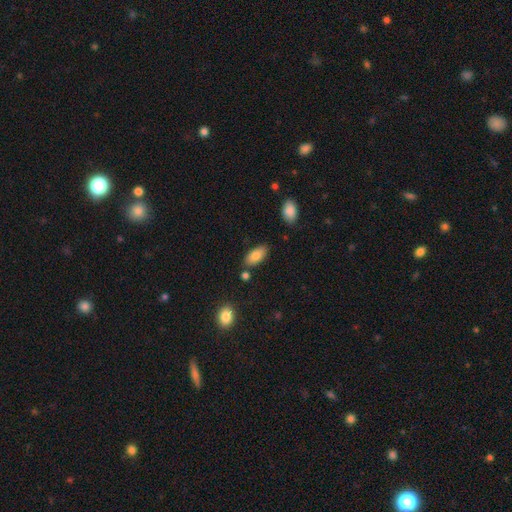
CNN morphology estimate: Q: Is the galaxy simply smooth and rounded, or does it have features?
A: smooth — 83%.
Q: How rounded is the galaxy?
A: in between — 92%.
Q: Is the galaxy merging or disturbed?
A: none — 80%.